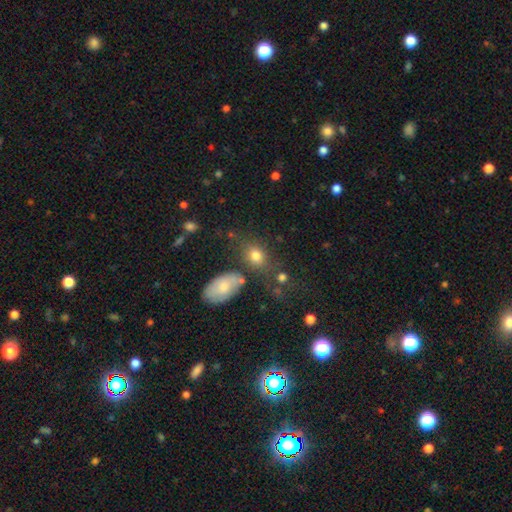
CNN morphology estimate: A smooth galaxy with no disk features (79%) that is in between round and cigar-shaped (59%). Merging: none (63%).